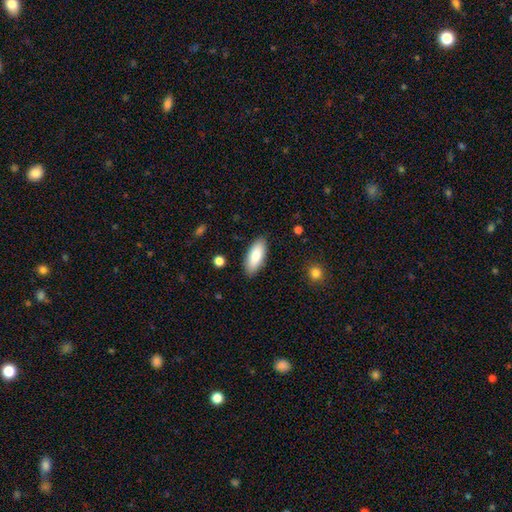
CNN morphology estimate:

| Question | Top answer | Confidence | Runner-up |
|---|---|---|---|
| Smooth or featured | smooth | 82% | featured or disk (12%) |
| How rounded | in between | 79% | cigar-shaped (19%) |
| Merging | none | 87% | minor disturbance (9%) |